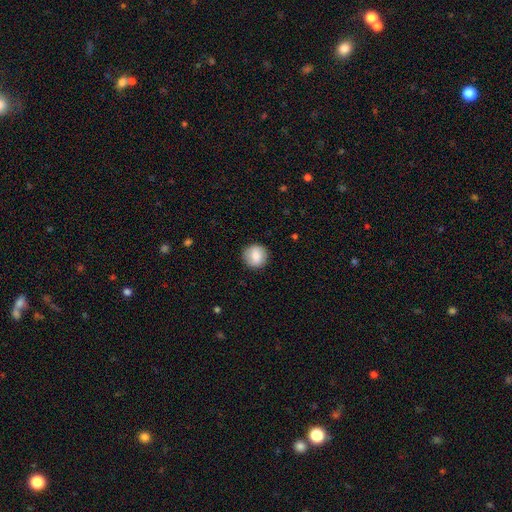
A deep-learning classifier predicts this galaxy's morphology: Smooth or featured? Predicted: smooth (p=0.81). How rounded? Predicted: round (p=0.93). Merging? Predicted: none (p=0.90).